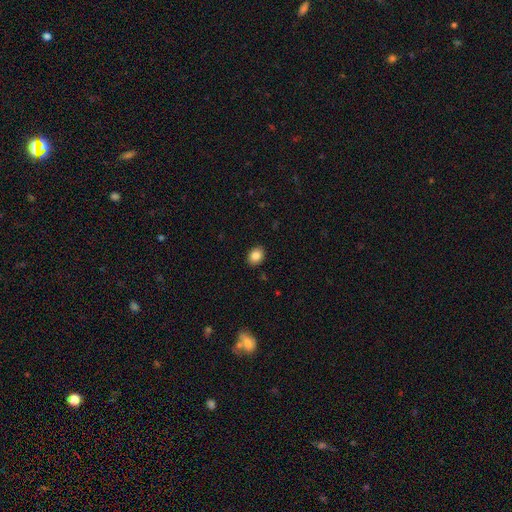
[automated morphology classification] A smooth galaxy with no disk features (85%) that is in between round and cigar-shaped (60%). Merging: none (90%).